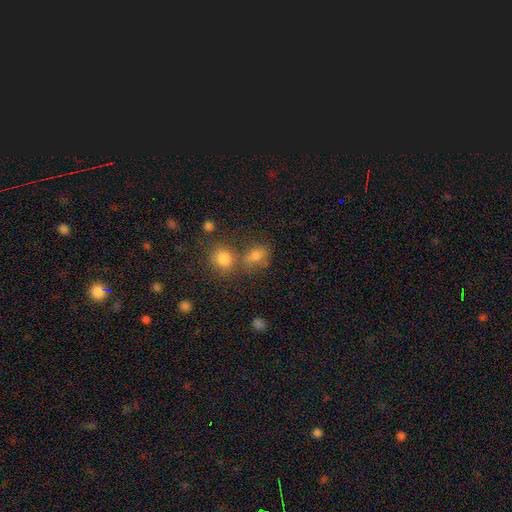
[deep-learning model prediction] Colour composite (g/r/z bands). It shows a smooth galaxy with no disk features (75%) that is in between round and cigar-shaped (64%). Merging: none (48%).